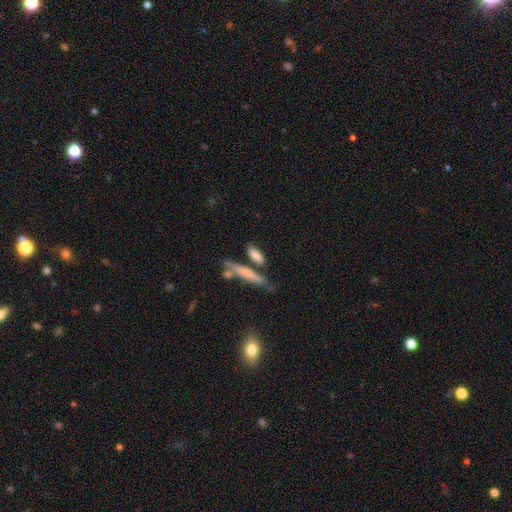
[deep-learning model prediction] smooth-or-featured: smooth: 76% | featured or disk: 18% | star or artifact: 7%
  how-rounded: cigar-shaped: 56% | in between: 41% | round: 3%
  merging: none: 60% | merger: 20% | minor disturbance: 15% | major disturbance: 5%